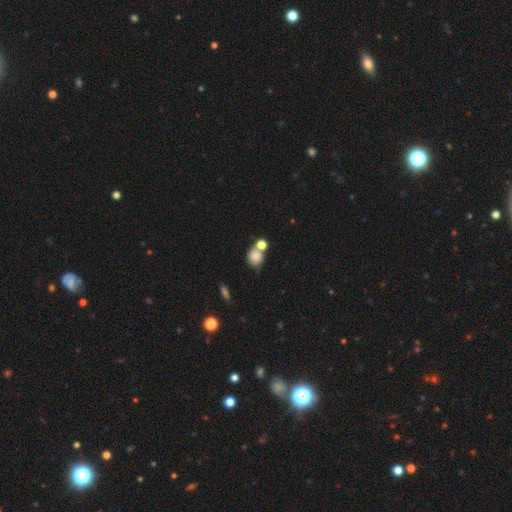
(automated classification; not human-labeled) Smooth or featured: smooth — 80% (star or artifact — 11%)
How rounded: round — 70% (in between — 29%)
Merging: none — 41% (merger — 37%)